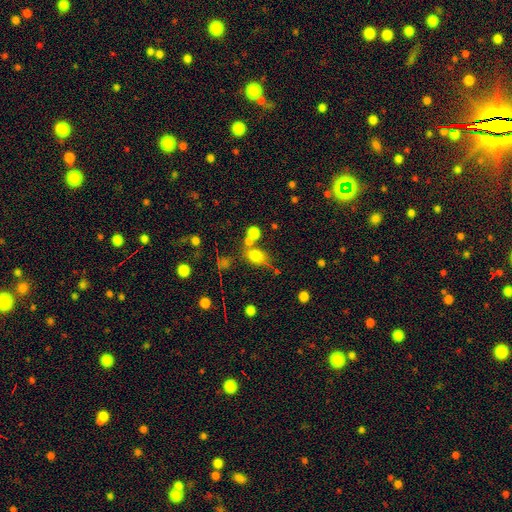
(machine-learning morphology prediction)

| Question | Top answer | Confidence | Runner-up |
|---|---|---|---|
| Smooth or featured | smooth | 73% | star or artifact (15%) |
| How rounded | in between | 66% | round (30%) |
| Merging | none | 52% | merger (23%) |